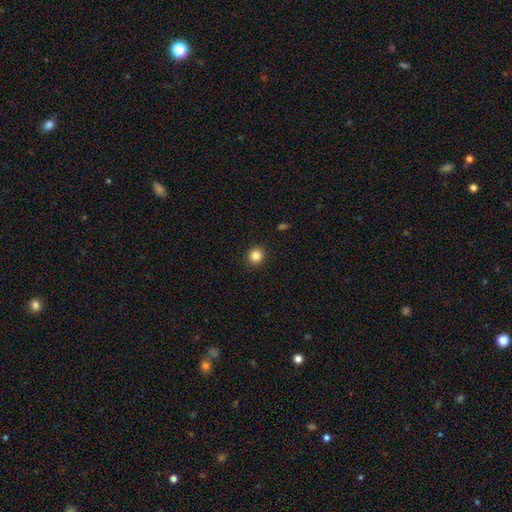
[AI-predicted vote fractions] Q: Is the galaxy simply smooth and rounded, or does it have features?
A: smooth — 84%.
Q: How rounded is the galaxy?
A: round — 92%.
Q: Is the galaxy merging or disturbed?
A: none — 92%.